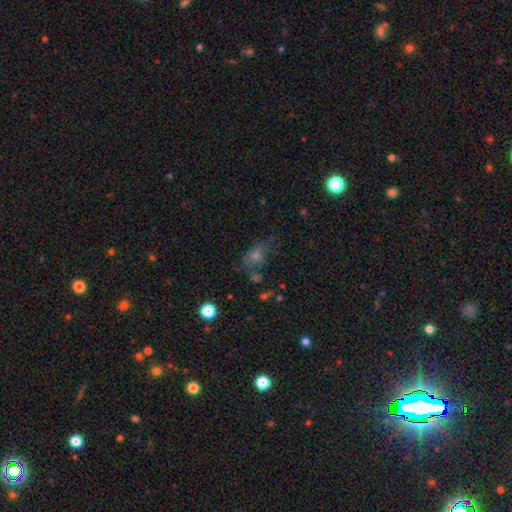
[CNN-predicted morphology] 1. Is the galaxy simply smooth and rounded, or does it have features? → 52% smooth, 26% star or artifact, 22% featured or disk.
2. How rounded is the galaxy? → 64% in between, 29% round, 7% cigar-shaped.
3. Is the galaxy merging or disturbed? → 51% none, 24% minor disturbance, 18% major disturbance, 8% merger.